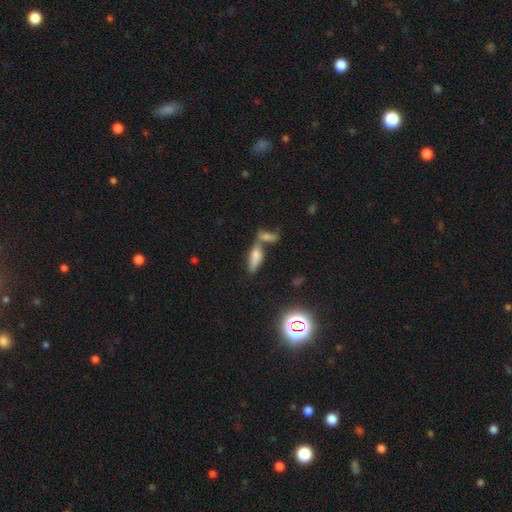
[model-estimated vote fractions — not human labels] Overall: smooth (58%; featured or disk 26%). How rounded: in between (50%; cigar-shaped 45%). Merging: merger (44%; none 41%).